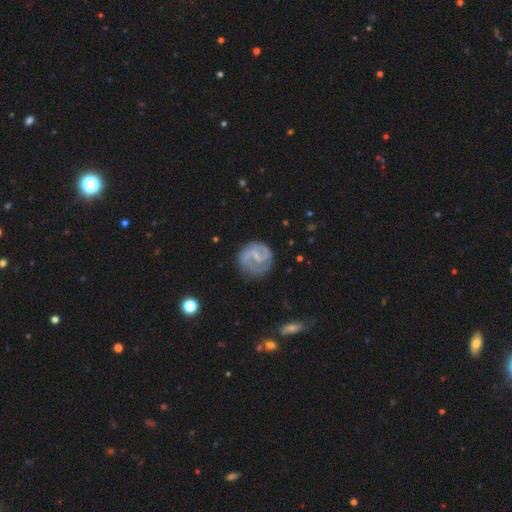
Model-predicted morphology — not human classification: Smooth or featured? Predicted: featured or disk (p=0.72). Edge-on disk? Predicted: no (p=0.98). Bar? Predicted: weak (p=0.54). Spiral arms? Predicted: yes (p=0.89). Spiral winding? Predicted: medium (p=0.46). Spiral arm count? Predicted: 2 (p=0.75). Bulge size? Predicted: small (p=0.54). Merging? Predicted: none (p=0.69).